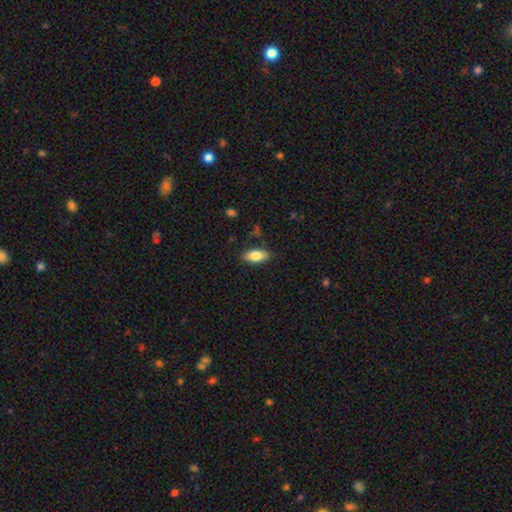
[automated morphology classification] A smooth galaxy with no disk features (82%) that is in between round and cigar-shaped (88%).

Vote fractions:
- Smooth or featured? smooth: 82% / featured or disk: 11% / star or artifact: 7%
- How rounded? in between: 88% / cigar-shaped: 9% / round: 3%
- Merging? none: 85% / minor disturbance: 11% / major disturbance: 3% / merger: 2%